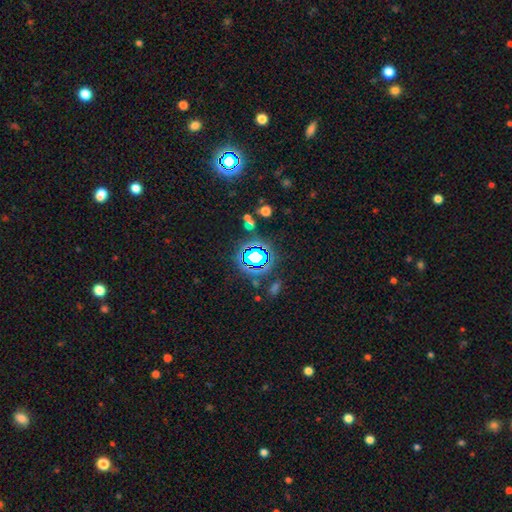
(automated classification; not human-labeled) star or artifact 66%, smooth 22%, featured or disk 13%.